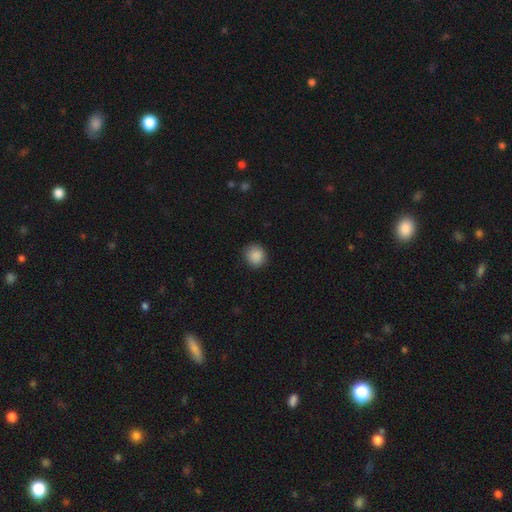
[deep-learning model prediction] Overall: smooth (89%). How rounded: round (85%). Merging: none (88%).